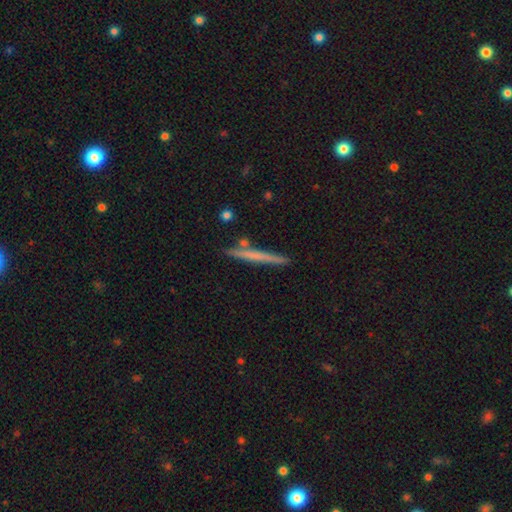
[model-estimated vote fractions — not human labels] Morphology: type=smooth (52%); roundness=cigar-shaped (96%); merging=none (87%).